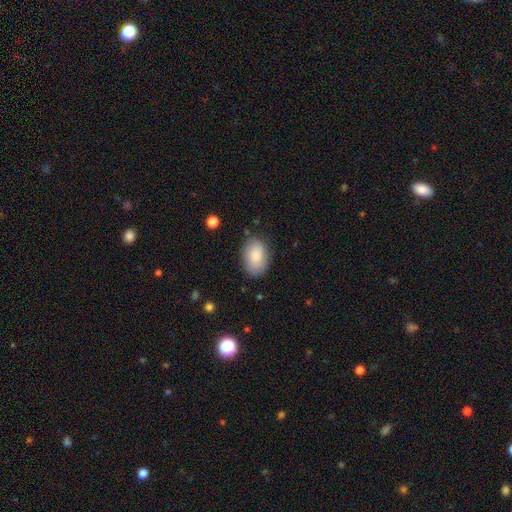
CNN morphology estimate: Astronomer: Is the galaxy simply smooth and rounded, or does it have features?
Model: smooth — 84%.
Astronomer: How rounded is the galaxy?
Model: in between — 87%.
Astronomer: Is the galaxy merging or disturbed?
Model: none — 81%.